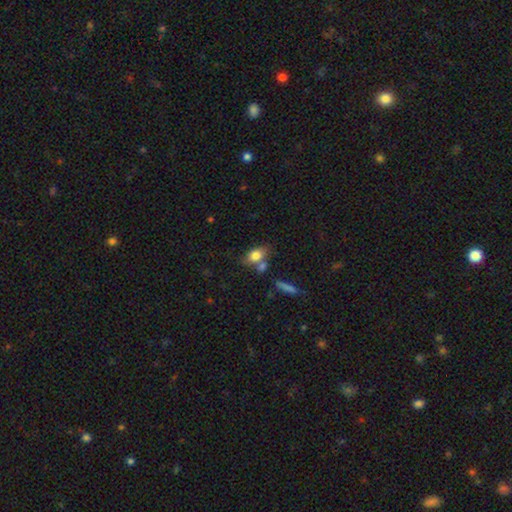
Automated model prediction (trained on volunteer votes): Smooth or featured? Predicted: smooth (p=0.78). How rounded? Predicted: in between (p=0.82). Merging? Predicted: none (p=0.51).